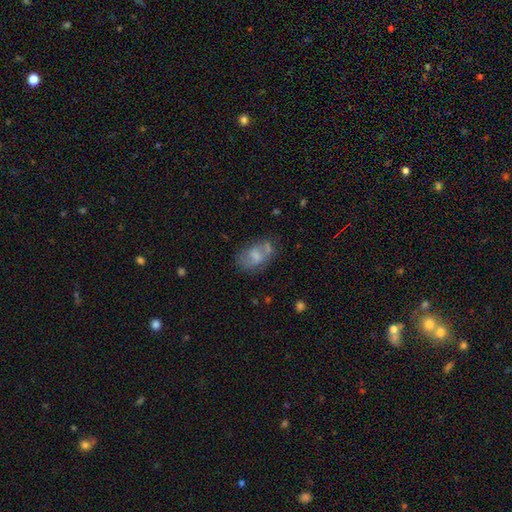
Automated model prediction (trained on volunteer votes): Smooth or featured: smooth — 54% (featured or disk — 36%)
How rounded: in between — 86% (round — 13%)
Merging: none — 45% (minor disturbance — 26%)